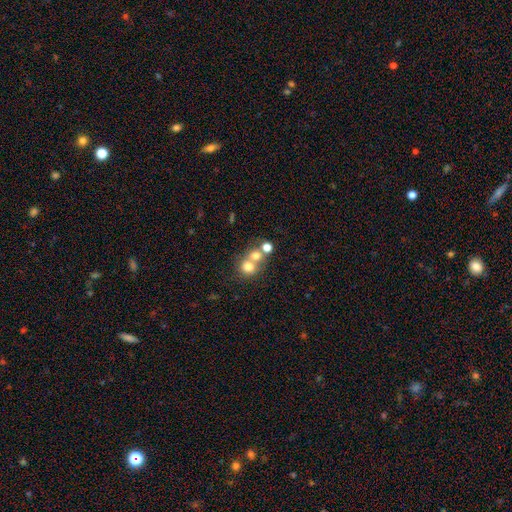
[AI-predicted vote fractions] smooth-or-featured: smooth: 69% | featured or disk: 17% | star or artifact: 14%
  how-rounded: round: 81% | in between: 18% | cigar-shaped: 1%
  merging: merger: 57% | none: 34% | minor disturbance: 5% | major disturbance: 3%